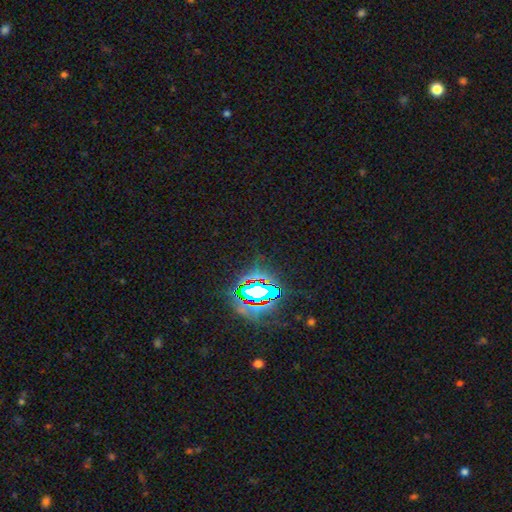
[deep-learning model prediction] Morphology: type=star or artifact (79%).